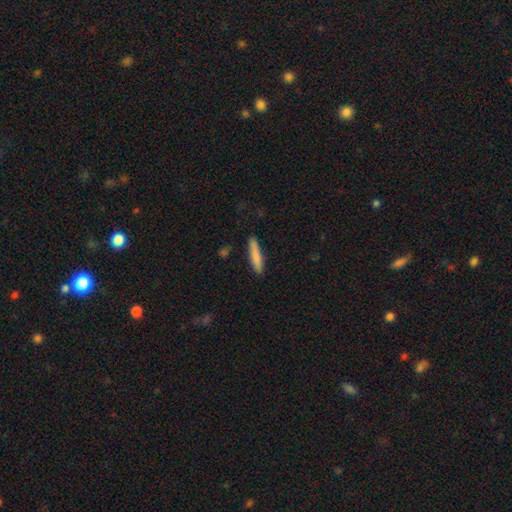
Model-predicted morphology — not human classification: A smooth galaxy with no disk features (83%) that is cigar-shaped (89%).

Vote fractions:
- Smooth or featured? smooth: 83% / featured or disk: 11% / star or artifact: 6%
- How rounded? cigar-shaped: 89% / in between: 10% / round: 1%
- Merging? none: 88% / minor disturbance: 9% / major disturbance: 2% / merger: 2%